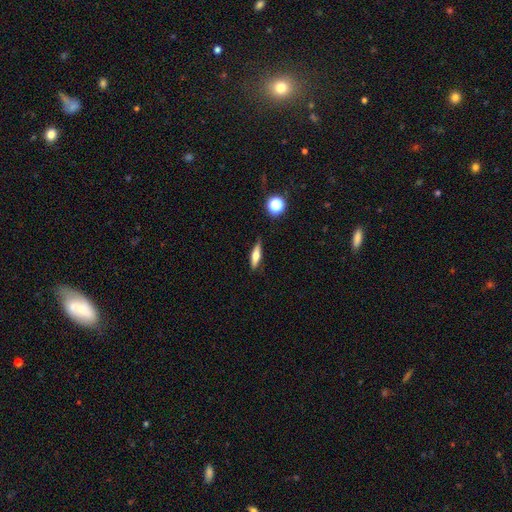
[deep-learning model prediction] smooth-or-featured: smooth: 51% | featured or disk: 41% | star or artifact: 8%
  how-rounded: cigar-shaped: 64% | in between: 32% | round: 4%
  merging: none: 86% | minor disturbance: 11% | major disturbance: 2% | merger: 2%